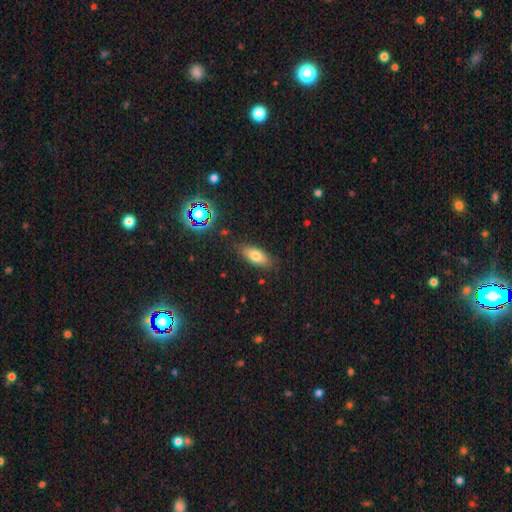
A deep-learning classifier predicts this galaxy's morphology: A smooth galaxy with no disk features (75%) that is in between round and cigar-shaped (80%). Merging: none (83%).